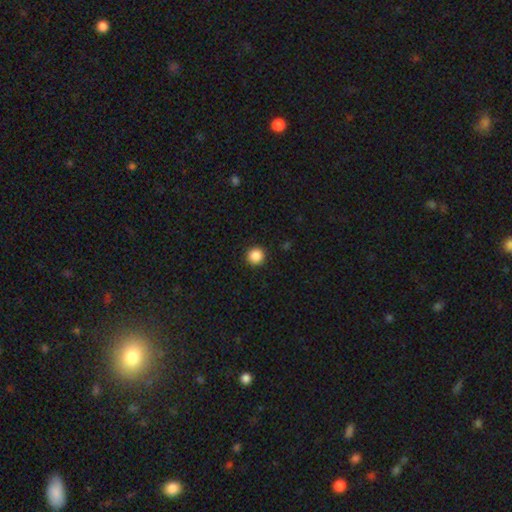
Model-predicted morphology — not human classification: Smooth or featured? smooth (88%)
How rounded? round (95%)
Merging? none (92%)